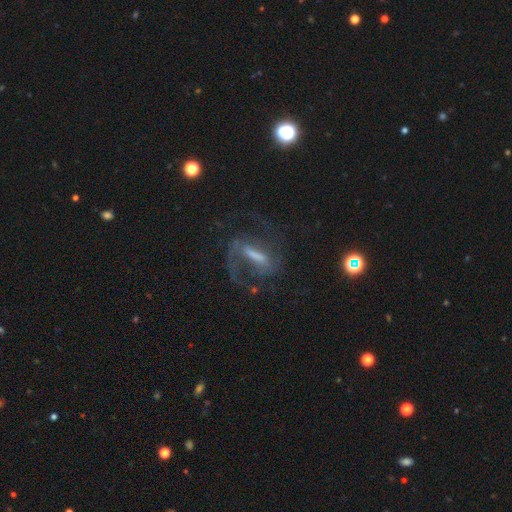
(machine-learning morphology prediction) Smooth or featured? Predicted: featured or disk (p=0.78). Edge-on disk? Predicted: no (p=0.90). Bar? Predicted: strong (p=0.62). Spiral arms? Predicted: yes (p=0.88). Spiral winding? Predicted: medium (p=0.48). Spiral arm count? Predicted: 2 (p=0.75). Bulge size? Predicted: moderate (p=0.31). Merging? Predicted: none (p=0.55).